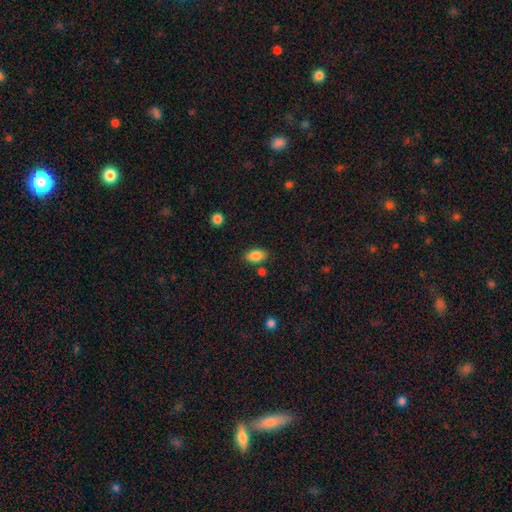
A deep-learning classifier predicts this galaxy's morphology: This appears to be a smooth galaxy with no disk features (85%) that is in between round and cigar-shaped (91%). Merging: none (82%).